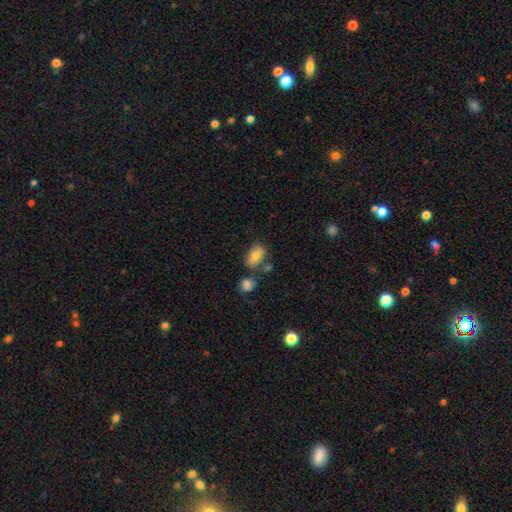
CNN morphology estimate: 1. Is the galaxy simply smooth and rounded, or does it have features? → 71% smooth, 20% featured or disk, 9% star or artifact.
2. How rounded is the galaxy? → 79% in between, 19% round, 2% cigar-shaped.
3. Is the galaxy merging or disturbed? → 55% none, 20% merger, 19% minor disturbance, 6% major disturbance.